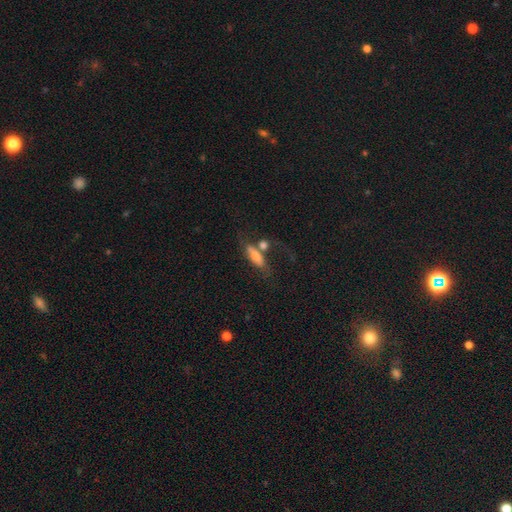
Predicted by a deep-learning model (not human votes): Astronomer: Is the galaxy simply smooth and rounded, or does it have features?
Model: smooth — 56% (runner-up: featured or disk, 32%).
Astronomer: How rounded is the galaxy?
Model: in between — 54% (runner-up: cigar-shaped, 41%).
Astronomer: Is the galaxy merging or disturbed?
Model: none — 35% (runner-up: merger, 32%).